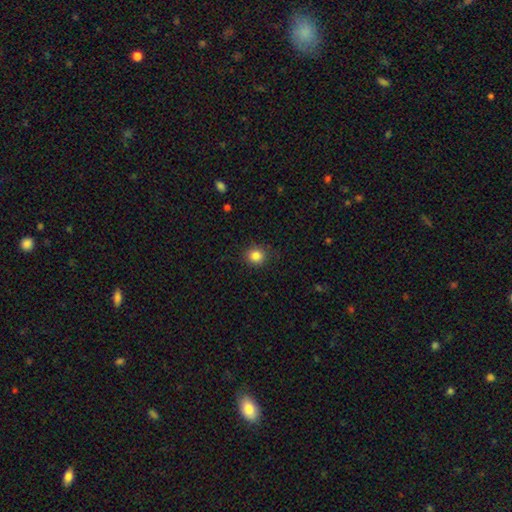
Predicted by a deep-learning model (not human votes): Smooth or featured?
  - smooth: 85% *
  - star or artifact: 11%
  - featured or disk: 5%
How rounded?
  - round: 89% *
  - in between: 10%
  - cigar-shaped: 1%
Merging?
  - none: 87% *
  - minor disturbance: 9%
  - major disturbance: 3%
  - merger: 1%